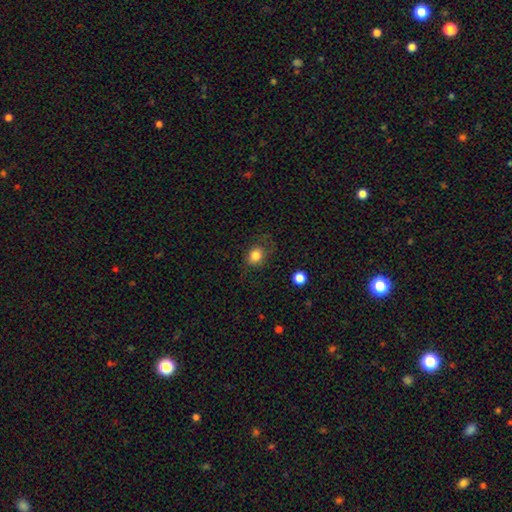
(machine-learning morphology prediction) Smooth or featured? smooth (82%)
How rounded? round (61%)
Merging? none (68%)